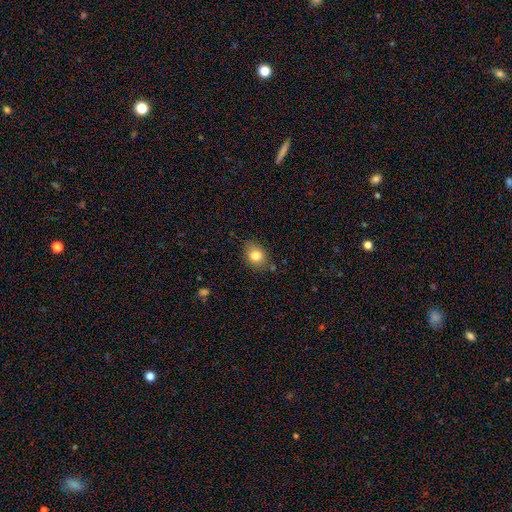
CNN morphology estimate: Q: Smooth or featured?
A: smooth (82%); runner-up: star or artifact (9%)
Q: How rounded?
A: in between (57%); runner-up: round (42%)
Q: Merging?
A: none (78%); runner-up: minor disturbance (17%)